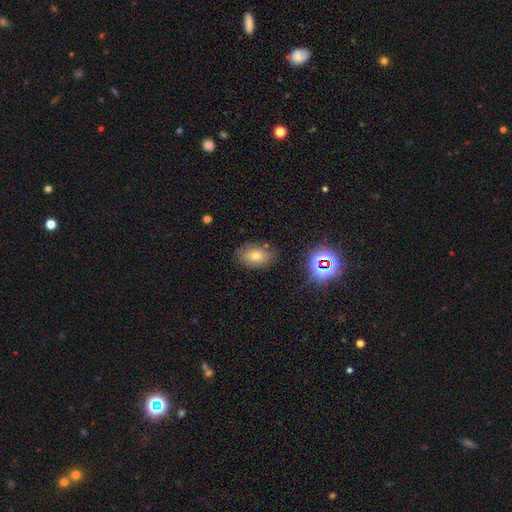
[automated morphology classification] smooth_or_featured: smooth (p=0.63) [alt: star or artifact p=0.21]
how_rounded: in between (p=0.83) [alt: round p=0.16]
merging: none (p=0.79) [alt: minor disturbance p=0.15]